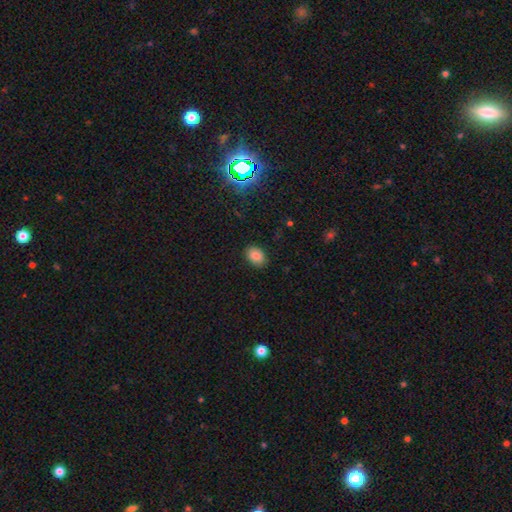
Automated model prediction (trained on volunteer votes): Morphology: type=smooth (84%); roundness=in between (76%); merging=none (88%).